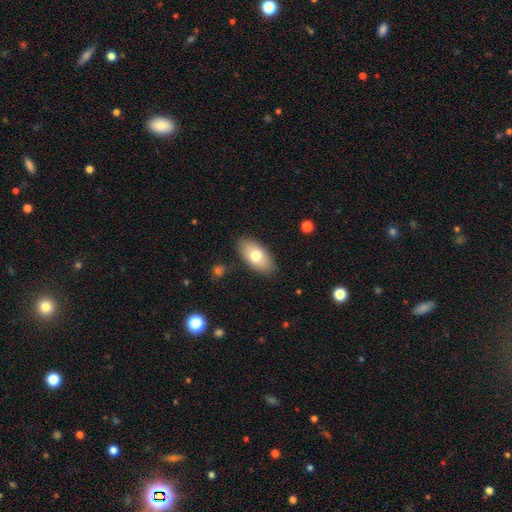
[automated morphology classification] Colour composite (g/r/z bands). It shows a smooth galaxy with no disk features (74%) that is in between round and cigar-shaped (93%). Merging: none (85%).